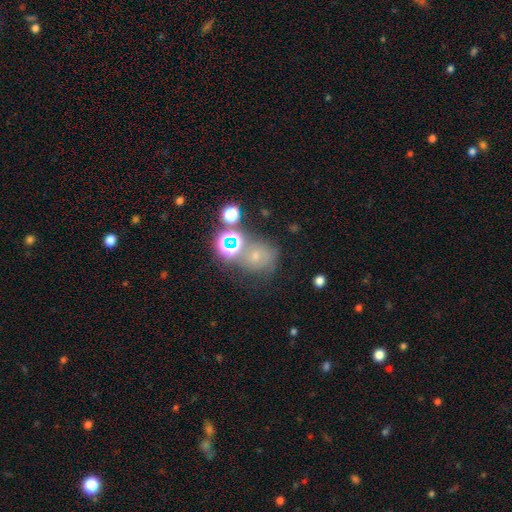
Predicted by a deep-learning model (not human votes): smooth_or_featured: smooth (p=0.44) [alt: star or artifact p=0.35]
merging: none (p=0.50) [alt: merger p=0.21]